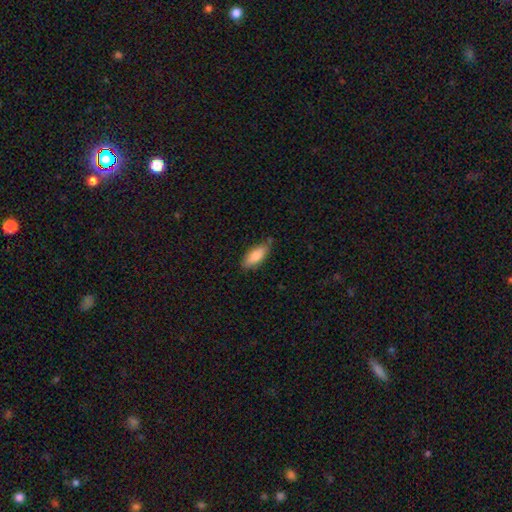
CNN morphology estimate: Overall: smooth (78%). How rounded: in between (69%). Merging: none (76%).